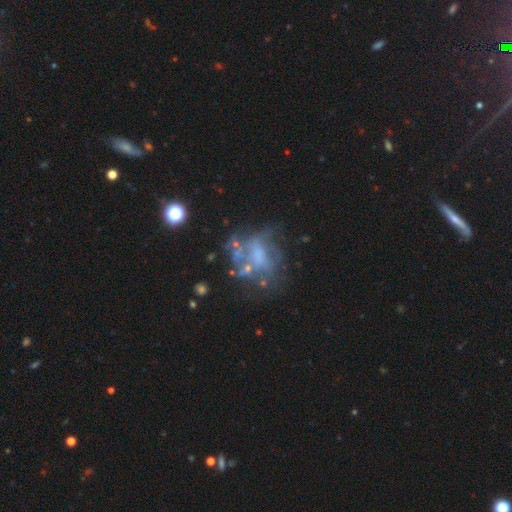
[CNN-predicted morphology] A featured or disk galaxy (63%) with no bar (75%), no spiral arms (73%) and no central bulge (52%).

Vote fractions:
- Smooth or featured? featured or disk: 63% / smooth: 20% / star or artifact: 17%
- Edge-on disk? no: 97% / yes: 3%
- Bar? no: 75% / weak: 20% / strong: 6%
- Spiral arms? no: 73% / yes: 27%
- Bulge size? none: 52% / small: 22% / moderate: 22% / large: 4% / dominant: 1%
- Merging? none: 41% / major disturbance: 29% / minor disturbance: 20% / merger: 10%